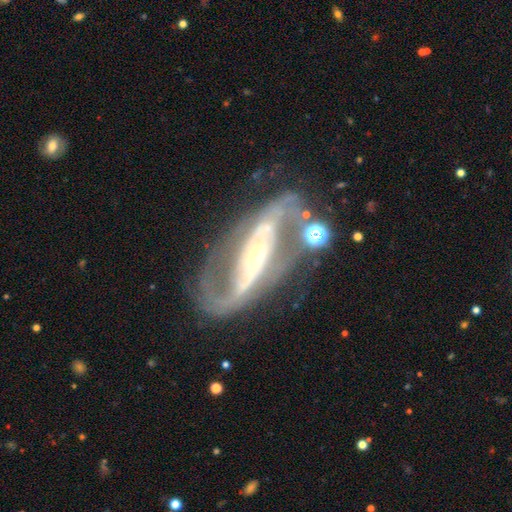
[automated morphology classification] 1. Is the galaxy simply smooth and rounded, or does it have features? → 88% featured or disk, 6% star or artifact, 6% smooth.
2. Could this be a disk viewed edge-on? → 92% no, 8% yes.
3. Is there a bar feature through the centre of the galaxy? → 48% strong, 28% no, 23% weak.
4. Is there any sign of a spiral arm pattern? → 93% yes, 7% no.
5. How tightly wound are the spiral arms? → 47% medium, 29% loose, 24% tight.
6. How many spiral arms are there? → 87% 2, 6% can't tell, 2% 3, 2% 1, 1% 4, 1% more than 4.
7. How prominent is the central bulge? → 70% small, 24% moderate, 3% large, 1% dominant, 1% none.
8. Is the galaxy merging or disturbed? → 67% none, 16% minor disturbance, 12% major disturbance, 6% merger.